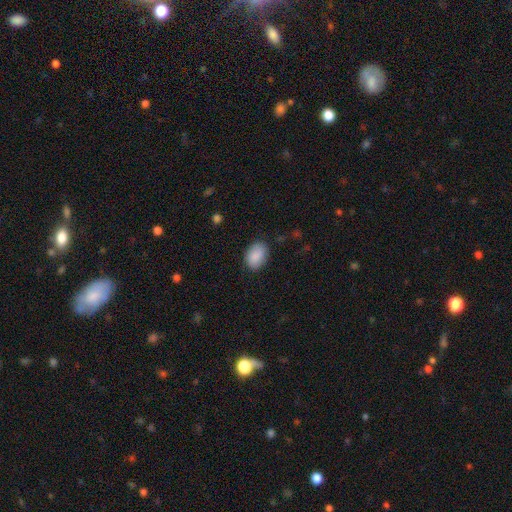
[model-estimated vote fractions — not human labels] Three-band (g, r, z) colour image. It shows a smooth galaxy with no disk features (89%) that is in between round and cigar-shaped (81%). Merging: none (83%).